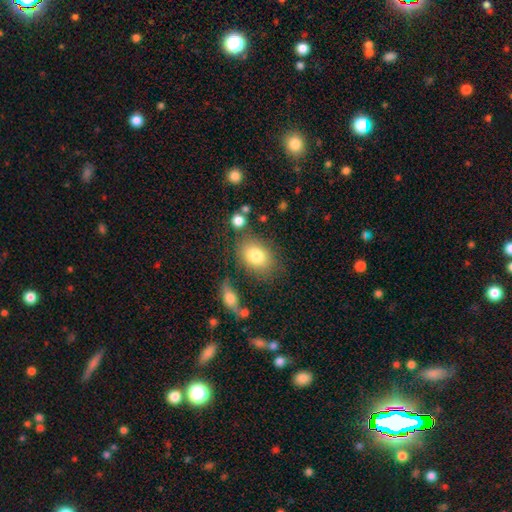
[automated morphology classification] Overall: smooth (81%). How rounded: in between (72%). Merging: none (70%).